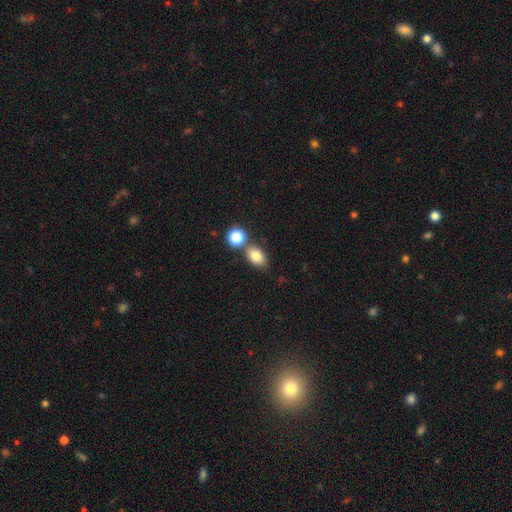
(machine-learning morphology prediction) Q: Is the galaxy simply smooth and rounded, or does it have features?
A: smooth — 82%.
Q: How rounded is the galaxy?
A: in between — 77%.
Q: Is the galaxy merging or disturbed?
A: none — 60%.